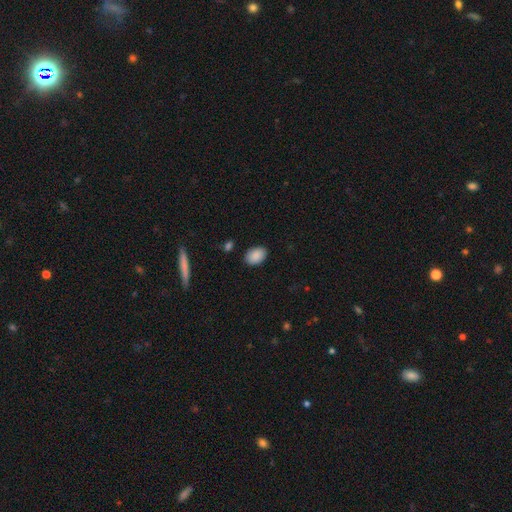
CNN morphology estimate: Smooth or featured? Predicted: smooth (p=0.89). How rounded? Predicted: in between (p=0.84). Merging? Predicted: none (p=0.87).